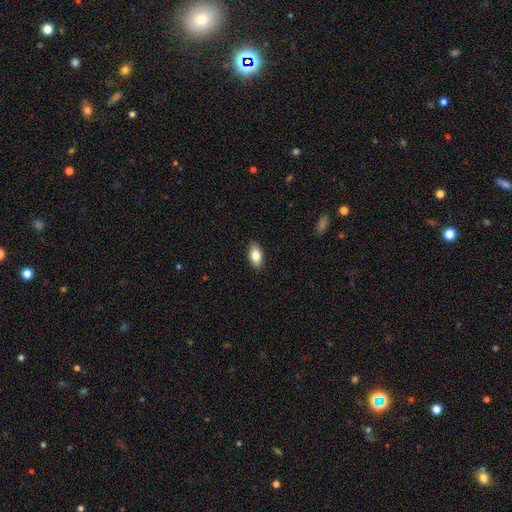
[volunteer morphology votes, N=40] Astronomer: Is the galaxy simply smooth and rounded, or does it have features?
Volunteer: smooth — 75%.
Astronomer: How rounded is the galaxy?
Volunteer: in between — 87%.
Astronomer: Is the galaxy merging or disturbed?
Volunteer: none — 86%.